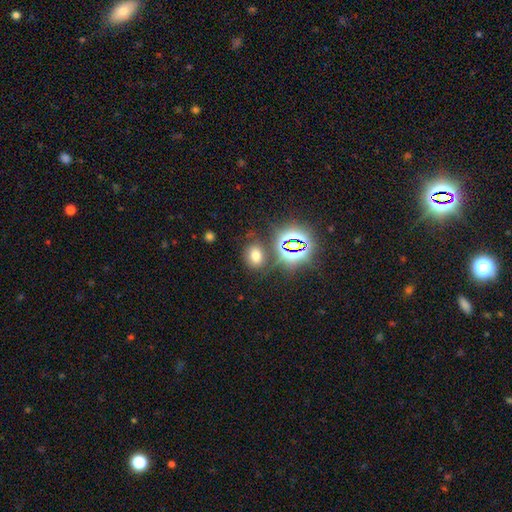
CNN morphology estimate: Q: Smooth or featured?
A: smooth (61%); runner-up: star or artifact (31%)
Q: How rounded?
A: in between (58%); runner-up: round (41%)
Q: Merging?
A: none (76%); runner-up: minor disturbance (11%)